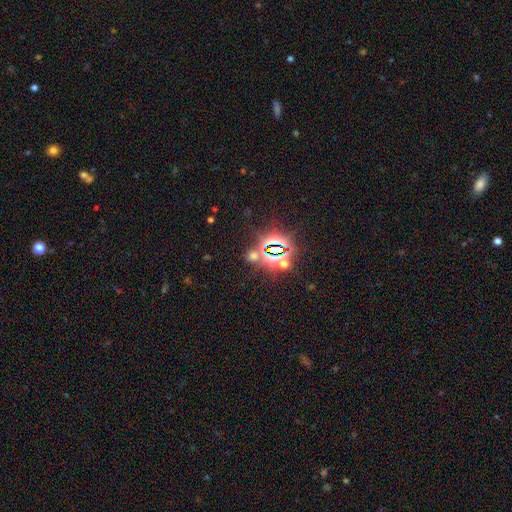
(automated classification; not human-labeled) A star or artifact, not a galaxy (80%).